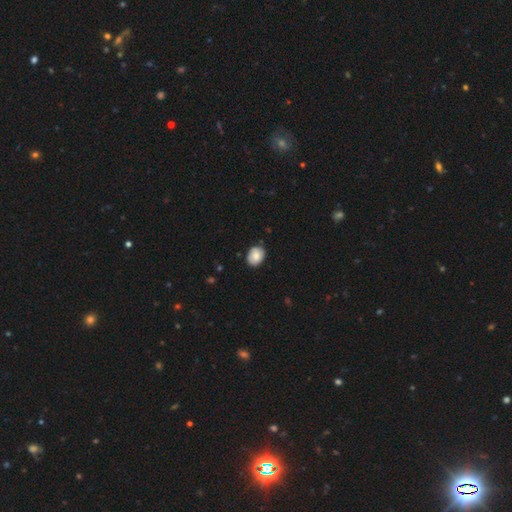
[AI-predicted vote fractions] Overall: smooth (81%). How rounded: in between (60%; round 40%). Merging: none (80%).